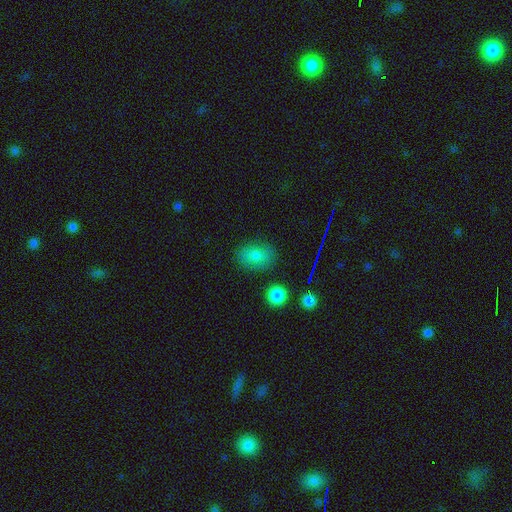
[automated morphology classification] This is likely a smooth galaxy (78%). How rounded: clearly in between (80%). Merging: clearly none (81%).